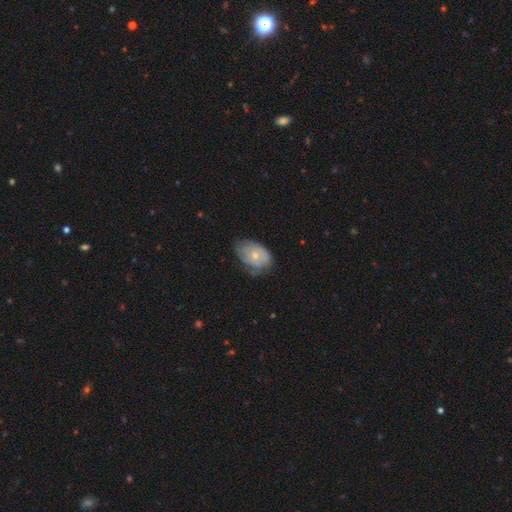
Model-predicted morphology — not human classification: type=featured or disk (51%); edge-on=no (96%); merging=none (54%).